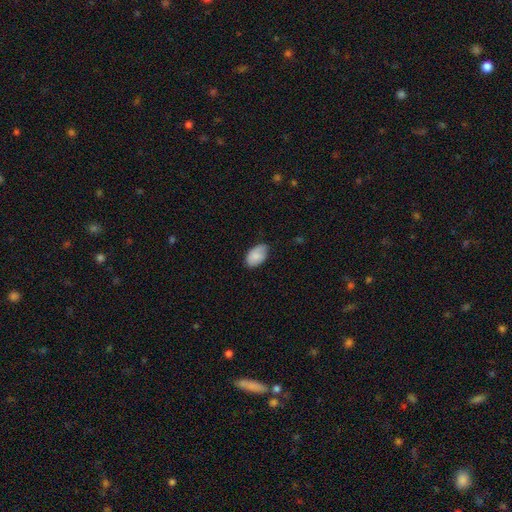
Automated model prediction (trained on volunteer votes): A smooth galaxy with no disk features (80%) that is in between round and cigar-shaped (92%). Merging: none (64%).